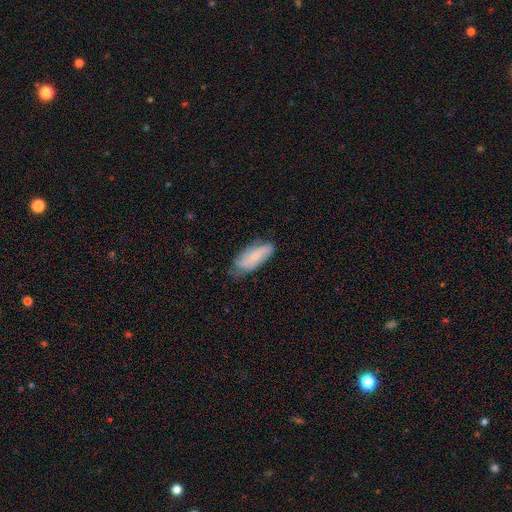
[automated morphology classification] This is possibly a smooth galaxy (57%). How rounded: likely in between (79%). Merging: likely none (62%).